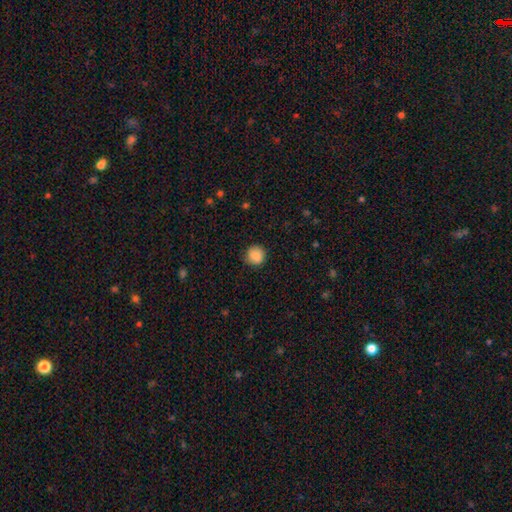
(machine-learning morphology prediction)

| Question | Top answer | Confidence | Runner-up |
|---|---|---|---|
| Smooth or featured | smooth | 87% | star or artifact (8%) |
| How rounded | round | 89% | in between (10%) |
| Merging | none | 85% | minor disturbance (11%) |